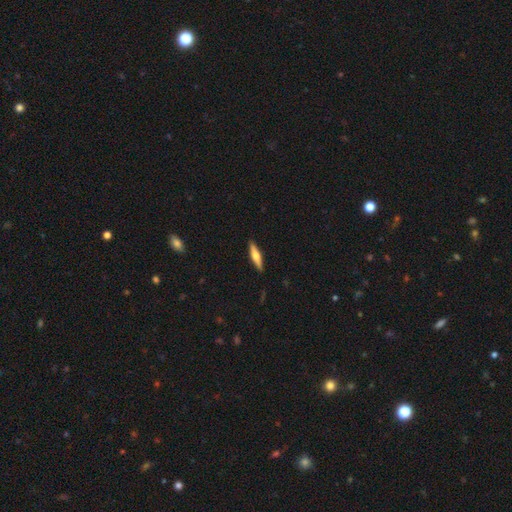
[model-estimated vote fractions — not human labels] This appears to be a smooth galaxy with no disk features (48%). Merging: none (90%).